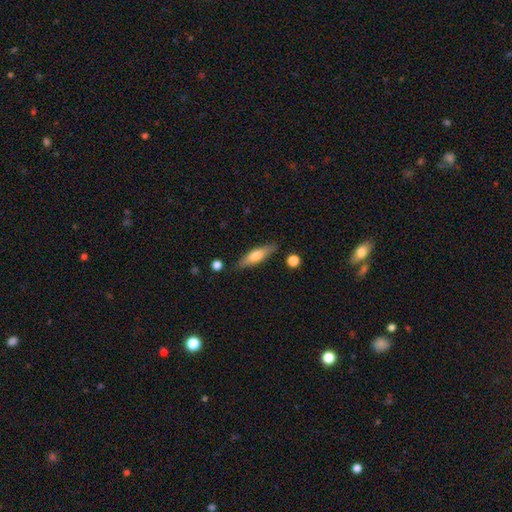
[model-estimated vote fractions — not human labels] A smooth galaxy with no disk features (60%) that is cigar-shaped (62%). Merging: none (82%).